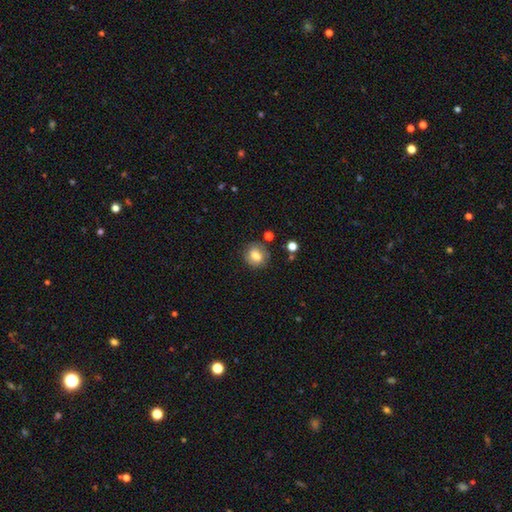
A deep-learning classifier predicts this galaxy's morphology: This appears to be a smooth galaxy with no disk features (75%) that is round (67%). Merging: none (76%).